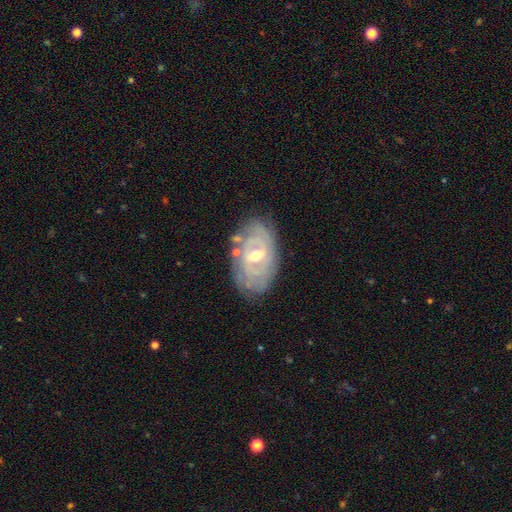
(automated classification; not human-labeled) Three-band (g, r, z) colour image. It shows a featured or disk galaxy (84%) with a weak bar (50%), tight (74%) spiral arms (88%) and a moderate central bulge (66%). Merging: none (76%).